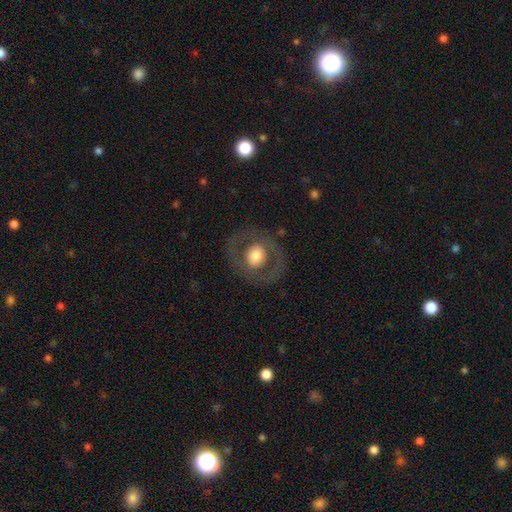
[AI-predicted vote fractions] A smooth galaxy with no disk features (50%). Merging: none (81%).